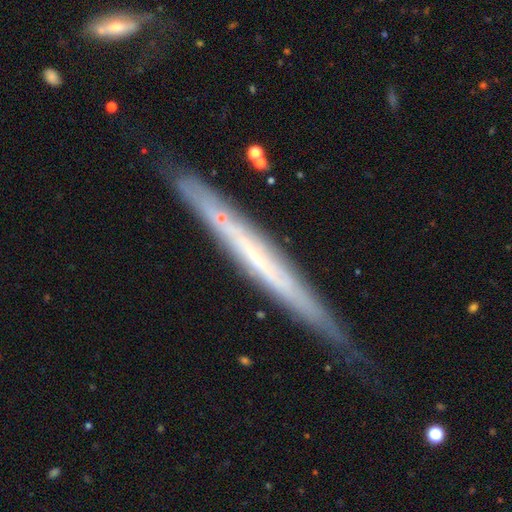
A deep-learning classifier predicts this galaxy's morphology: The model was most divided on "smooth or featured": featured or disk: 66%, smooth: 27%, star or artifact: 7%. More confident: edge-on disk — yes (92%); edge-on bulge — none (84%); merging — none (78%).